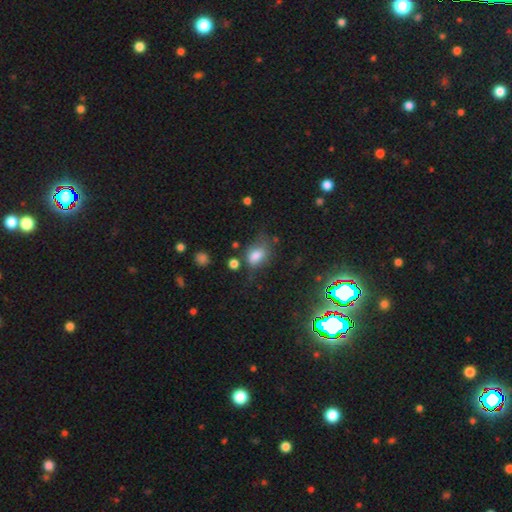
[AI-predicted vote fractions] The model was most divided on "merging": none: 43%, minor disturbance: 30%, major disturbance: 19%, merger: 7%. More confident: how rounded — in between (80%); smooth or featured — smooth (76%).